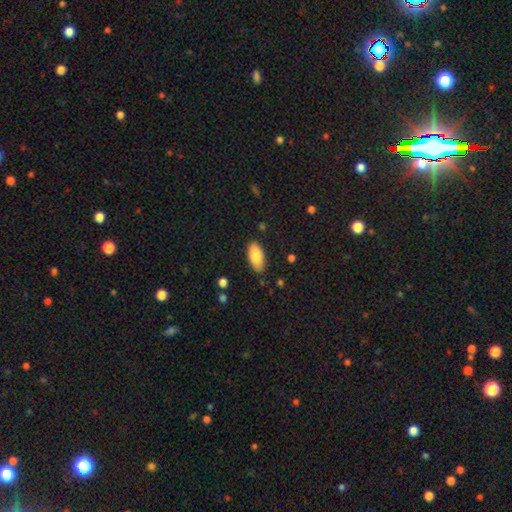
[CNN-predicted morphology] Smooth or featured: smooth — 85% (featured or disk — 9%)
How rounded: in between — 92% (cigar-shaped — 6%)
Merging: none — 85% (minor disturbance — 11%)